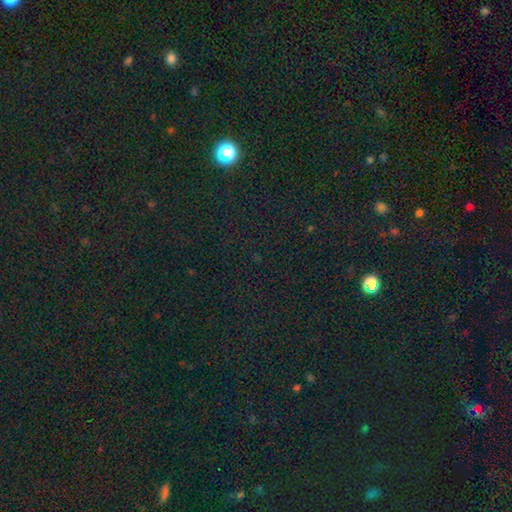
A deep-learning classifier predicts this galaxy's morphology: Q: Smooth or featured?
A: star or artifact (78%); runner-up: smooth (15%)